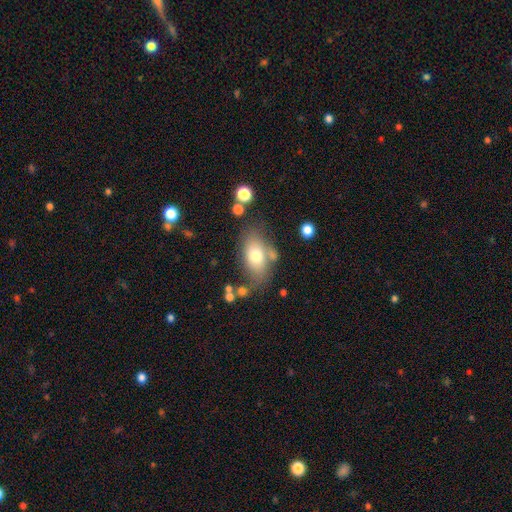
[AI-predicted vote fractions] The model was most divided on "merging": none: 61%, minor disturbance: 19%, merger: 11%, major disturbance: 8%. More confident: how rounded — in between (86%); smooth or featured — smooth (71%).